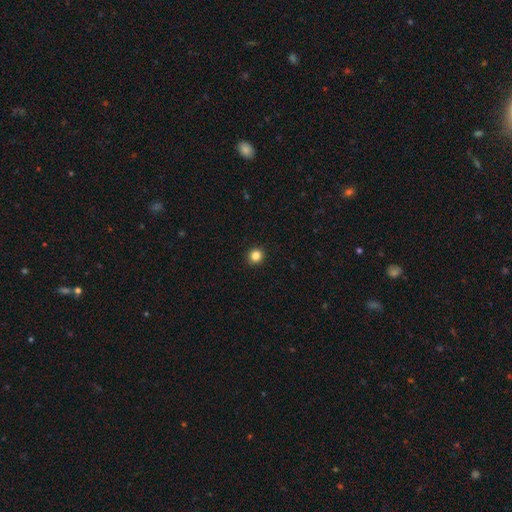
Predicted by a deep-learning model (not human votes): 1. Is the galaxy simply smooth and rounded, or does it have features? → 84% smooth, 12% star or artifact, 4% featured or disk.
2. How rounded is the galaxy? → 91% round, 8% in between, 1% cigar-shaped.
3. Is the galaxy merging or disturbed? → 93% none, 5% minor disturbance, 2% major disturbance, 1% merger.